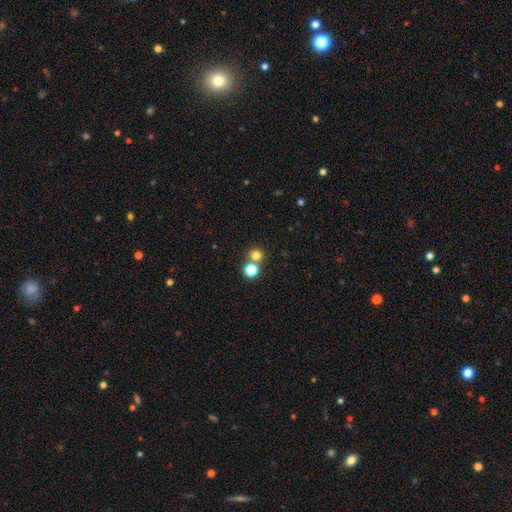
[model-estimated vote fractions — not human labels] Overall: smooth (76%). How rounded: round (90%). Merging: none (64%; merger 28%).